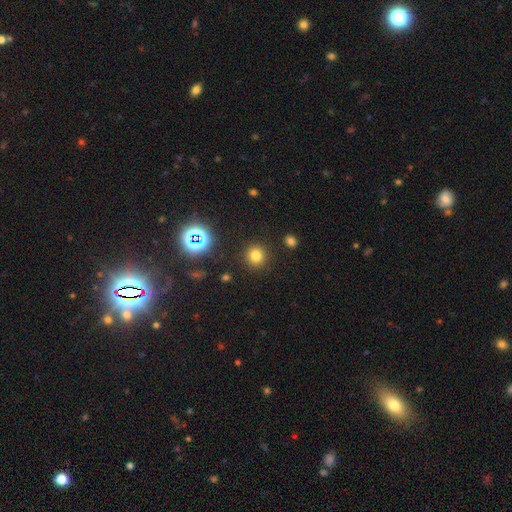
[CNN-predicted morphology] smooth 76%, star or artifact 18%, featured or disk 6%. Down the decision tree: how rounded — round (93%); merging — none (90%).